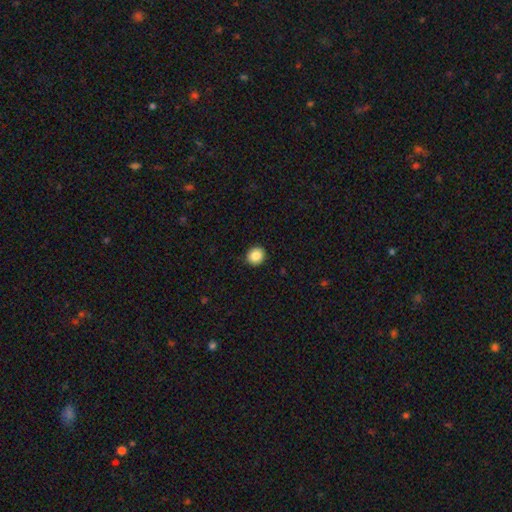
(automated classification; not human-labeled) This is clearly a smooth galaxy (87%). How rounded: clearly round (85%). Merging: clearly none (92%).